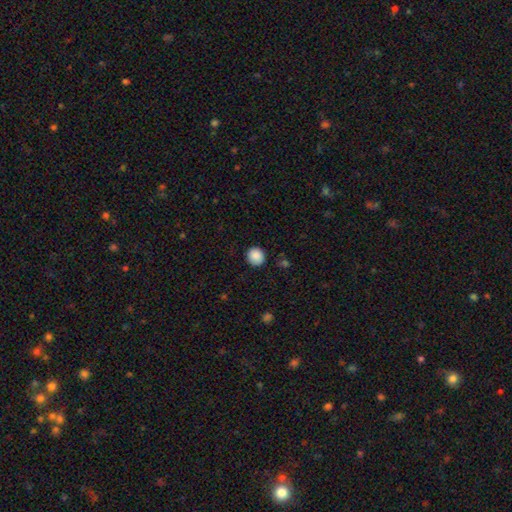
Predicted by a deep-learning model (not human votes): Q: Smooth or featured?
A: smooth (89%); runner-up: star or artifact (9%)
Q: How rounded?
A: round (89%); runner-up: in between (10%)
Q: Merging?
A: none (88%); runner-up: minor disturbance (8%)